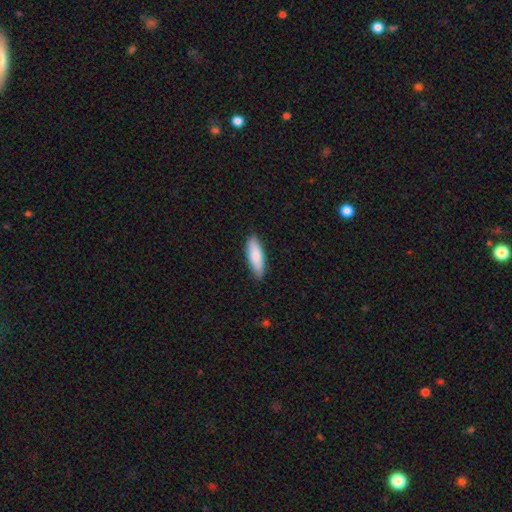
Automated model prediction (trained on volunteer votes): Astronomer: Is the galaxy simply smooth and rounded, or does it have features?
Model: smooth — 86%.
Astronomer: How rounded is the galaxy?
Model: cigar-shaped — 51% (runner-up: in between, 47%).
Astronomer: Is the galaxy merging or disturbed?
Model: none — 85%.